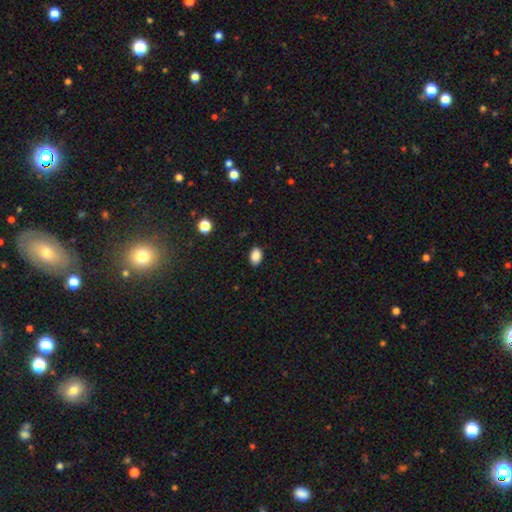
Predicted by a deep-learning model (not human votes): The model was most divided on "how rounded": in between: 85%, round: 14%, cigar-shaped: 1%. More confident: smooth or featured — smooth (88%); merging — none (86%).